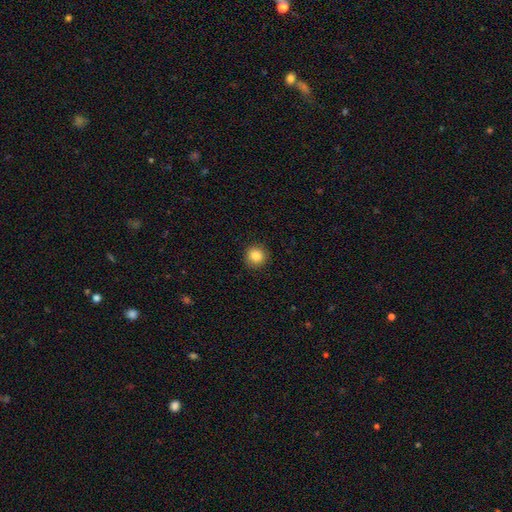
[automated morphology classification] smooth-or-featured: smooth: 86% | star or artifact: 10% | featured or disk: 4%
  how-rounded: round: 94% | in between: 6% | cigar-shaped: 1%
  merging: none: 91% | minor disturbance: 6% | major disturbance: 2% | merger: 1%